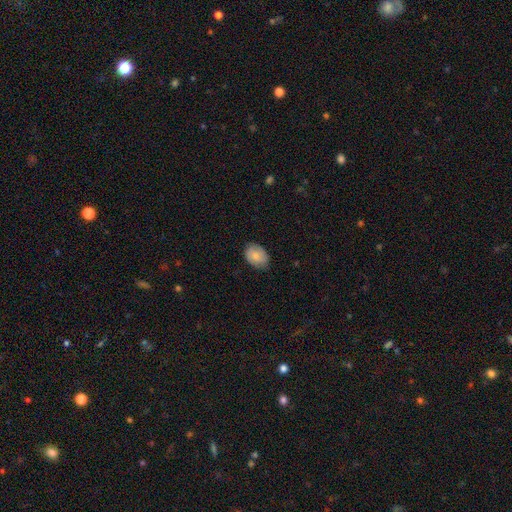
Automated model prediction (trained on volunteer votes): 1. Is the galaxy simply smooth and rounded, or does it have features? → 79% smooth, 15% featured or disk, 7% star or artifact.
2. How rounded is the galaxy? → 78% in between, 21% round, 1% cigar-shaped.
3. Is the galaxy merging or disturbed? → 77% none, 19% minor disturbance, 3% major disturbance, 1% merger.